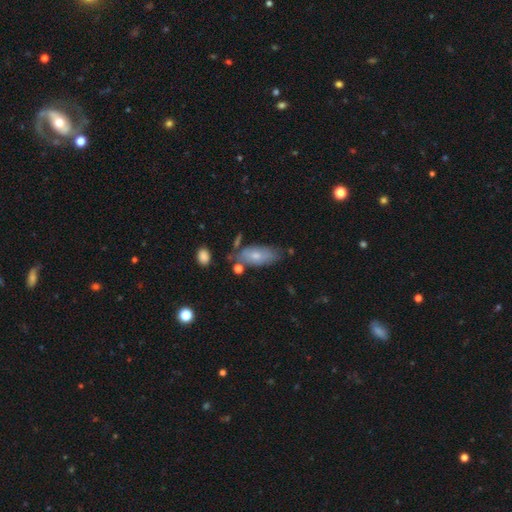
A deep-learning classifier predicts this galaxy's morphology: smooth 66%, featured or disk 27%, star or artifact 7%. Down the decision tree: how rounded — in between (84%); merging — none (58%).